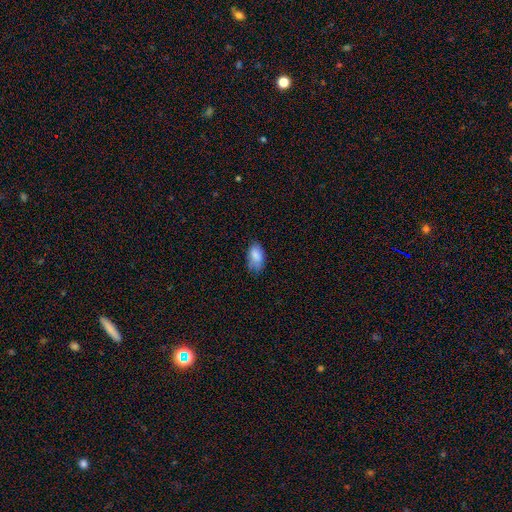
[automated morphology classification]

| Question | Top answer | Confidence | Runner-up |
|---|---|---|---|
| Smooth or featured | smooth | 84% | featured or disk (8%) |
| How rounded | in between | 92% | round (6%) |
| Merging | none | 64% | minor disturbance (28%) |